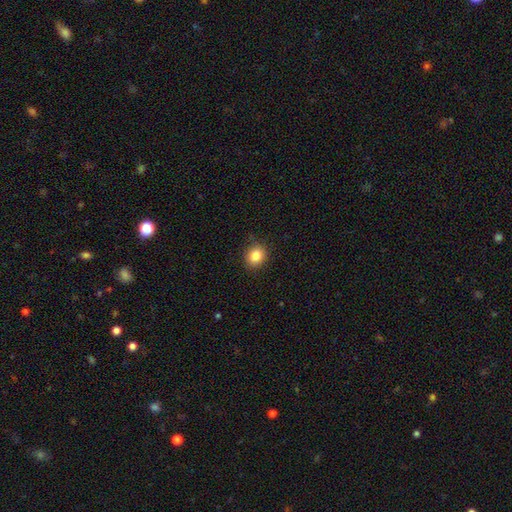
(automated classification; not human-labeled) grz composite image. It shows a smooth galaxy with no disk features (85%) that is round (72%). Merging: none (87%).